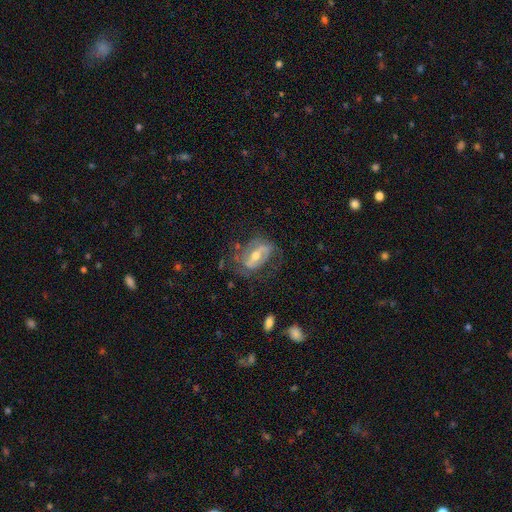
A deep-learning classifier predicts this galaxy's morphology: Smooth or featured: featured or disk — 74% (smooth — 18%)
Edge-on disk: no — 91% (yes — 9%)
Bar: strong — 45% (weak — 34%)
Spiral arms: yes — 72% (no — 28%)
Bulge size: moderate — 63% (small — 30%)
Merging: none — 56% (minor disturbance — 22%)